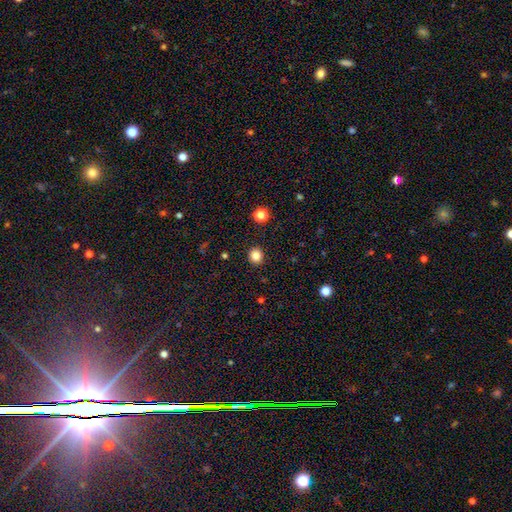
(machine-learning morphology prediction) This appears to be a smooth galaxy with no disk features (84%) that is round (90%). Merging: none (92%).